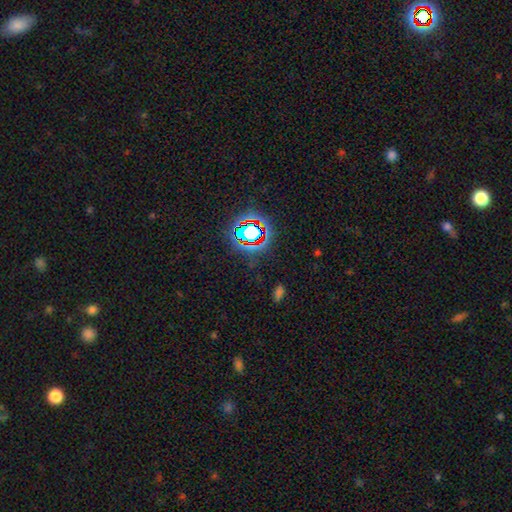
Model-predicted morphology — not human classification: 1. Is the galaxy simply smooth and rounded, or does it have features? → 74% star or artifact, 15% smooth, 12% featured or disk.